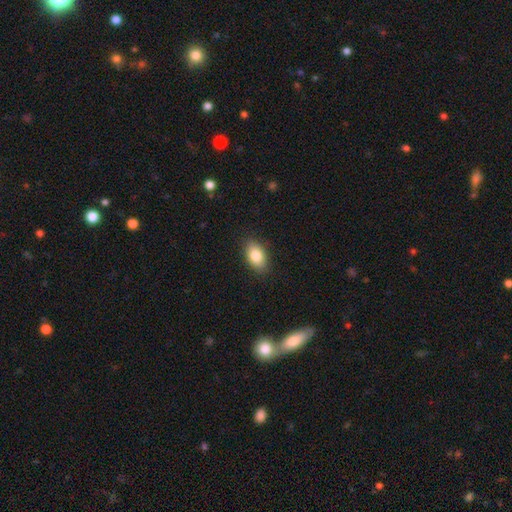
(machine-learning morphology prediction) Smooth or featured?
  - smooth: 83% *
  - featured or disk: 9%
  - star or artifact: 8%
How rounded?
  - in between: 90% *
  - round: 8%
  - cigar-shaped: 2%
Merging?
  - none: 87% *
  - minor disturbance: 9%
  - major disturbance: 2%
  - merger: 1%